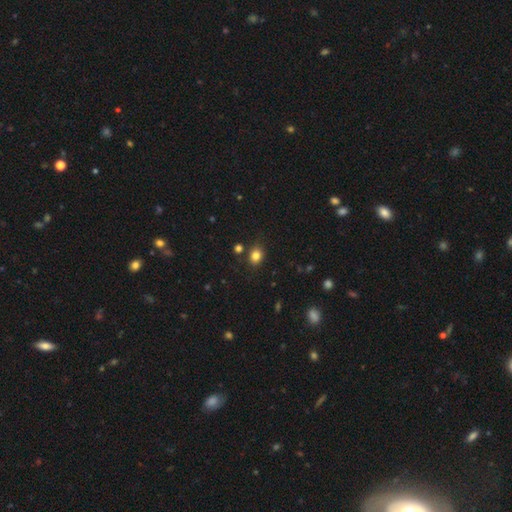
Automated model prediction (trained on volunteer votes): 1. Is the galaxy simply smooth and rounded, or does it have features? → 82% smooth, 12% star or artifact, 6% featured or disk.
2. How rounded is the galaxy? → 54% round, 46% in between, 1% cigar-shaped.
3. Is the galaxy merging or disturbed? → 82% none, 11% minor disturbance, 4% merger, 3% major disturbance.